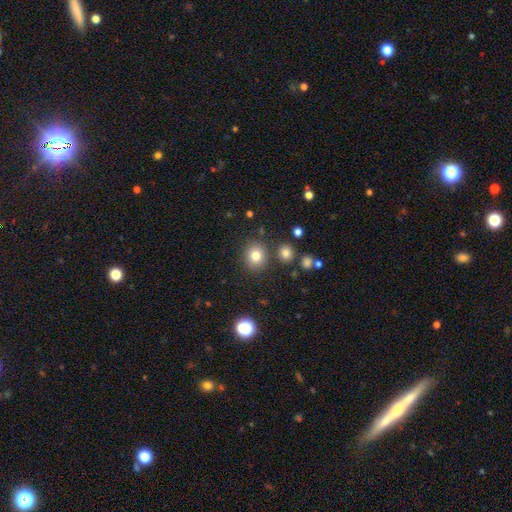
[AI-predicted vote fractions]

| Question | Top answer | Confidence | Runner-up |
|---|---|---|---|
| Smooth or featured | smooth | 79% | star or artifact (13%) |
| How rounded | round | 79% | in between (20%) |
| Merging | none | 83% | minor disturbance (8%) |